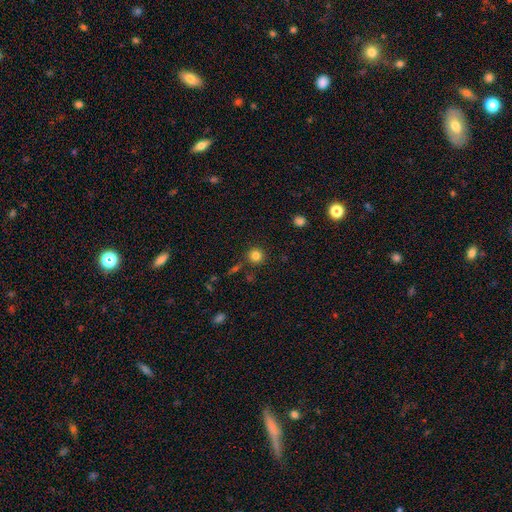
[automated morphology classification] Overall: smooth (81%). How rounded: round (93%). Merging: none (85%).